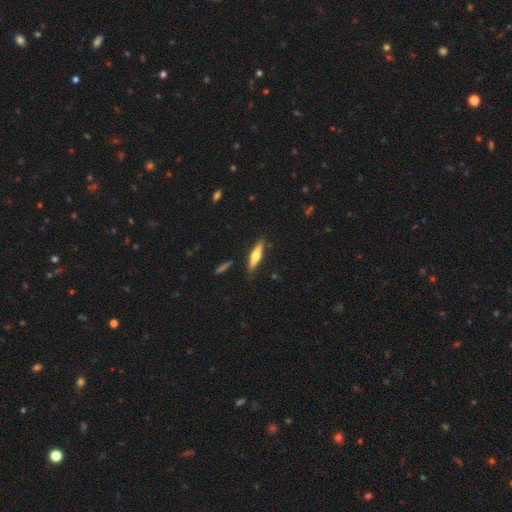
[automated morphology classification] smooth_or_featured: featured or disk (p=0.47) [tied with: smooth p=0.47]
merging: none (p=0.86) [alt: minor disturbance p=0.10]